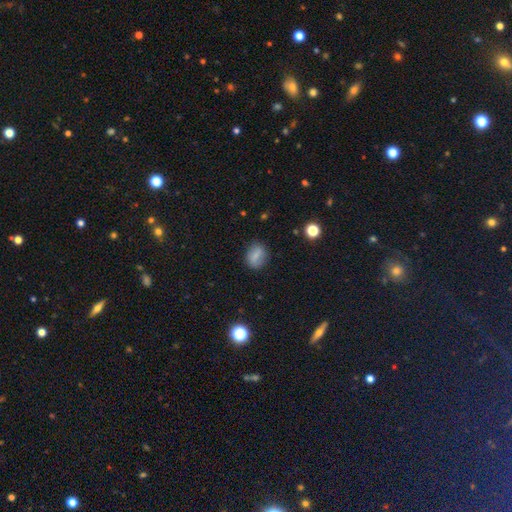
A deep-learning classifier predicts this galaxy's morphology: This appears to be a smooth galaxy with no disk features (76%) that is in between round and cigar-shaped (56%). Merging: none (81%).